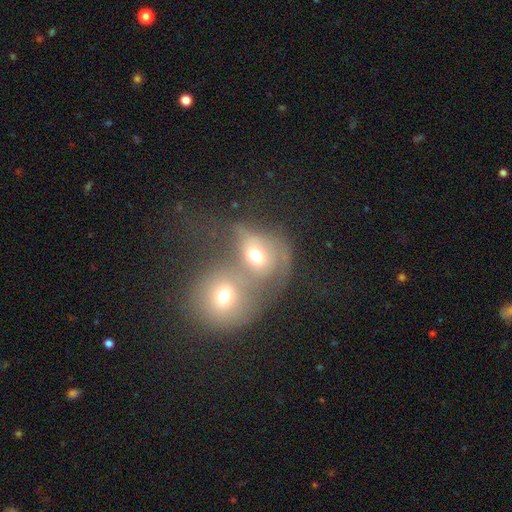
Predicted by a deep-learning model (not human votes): smooth-or-featured: smooth: 58% | featured or disk: 30% | star or artifact: 12%
  how-rounded: round: 65% | in between: 34% | cigar-shaped: 1%
  merging: merger: 76% | none: 12% | major disturbance: 6% | minor disturbance: 5%